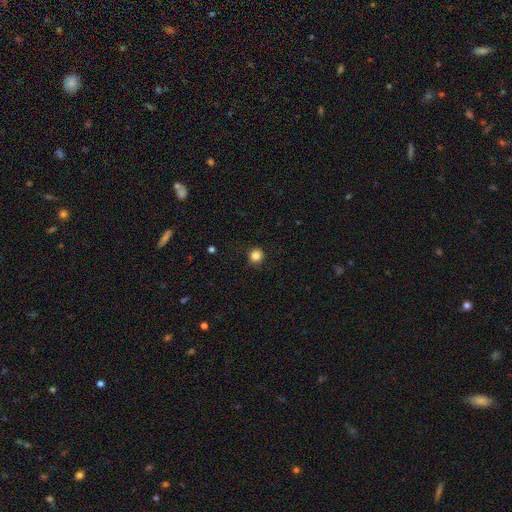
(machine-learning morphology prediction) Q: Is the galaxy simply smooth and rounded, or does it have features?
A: smooth — 84%.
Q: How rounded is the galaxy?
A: round — 93%.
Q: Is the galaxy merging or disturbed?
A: none — 89%.